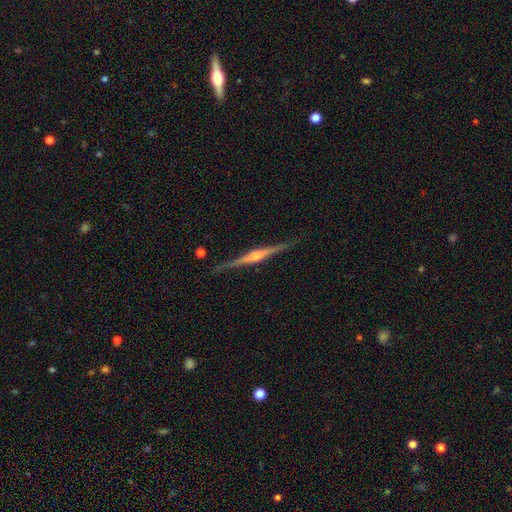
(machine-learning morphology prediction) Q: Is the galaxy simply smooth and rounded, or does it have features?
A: featured or disk — 84%.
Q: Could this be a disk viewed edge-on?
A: yes — 98%.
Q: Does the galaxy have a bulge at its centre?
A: rounded — 85%.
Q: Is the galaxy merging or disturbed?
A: none — 89%.